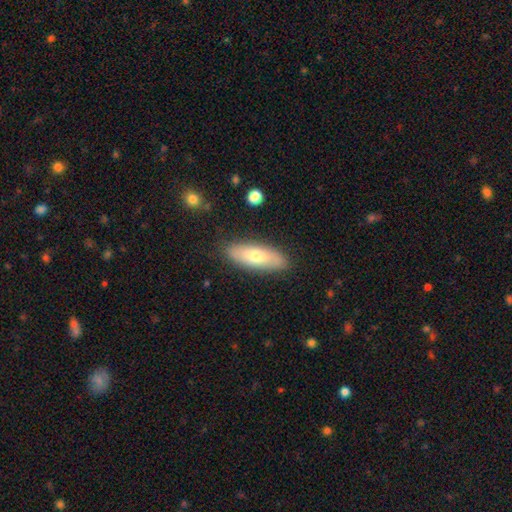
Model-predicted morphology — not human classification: type=smooth (68%); roundness=in between (66%); merging=none (86%).